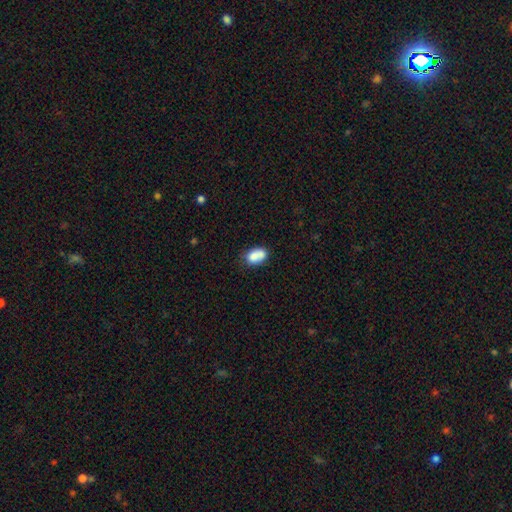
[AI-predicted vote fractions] Smooth or featured?
  - smooth: 76% *
  - featured or disk: 15%
  - star or artifact: 8%
How rounded?
  - in between: 82% *
  - round: 17%
  - cigar-shaped: 2%
Merging?
  - none: 44% *
  - merger: 29%
  - minor disturbance: 21%
  - major disturbance: 7%